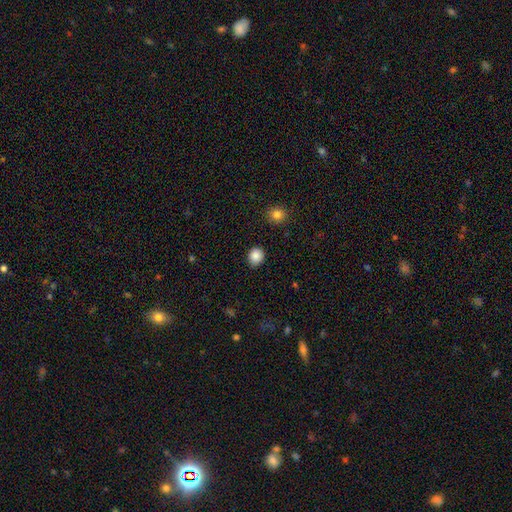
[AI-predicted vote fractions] The model was most divided on "how rounded": round: 80%, in between: 20%, cigar-shaped: 1%. More confident: merging — none (89%); smooth or featured — smooth (87%).